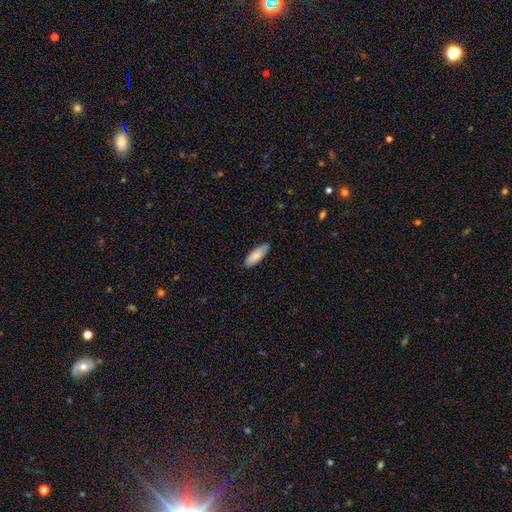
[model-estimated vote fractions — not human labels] A smooth galaxy with no disk features (86%) that is in between round and cigar-shaped (64%). Merging: none (82%).